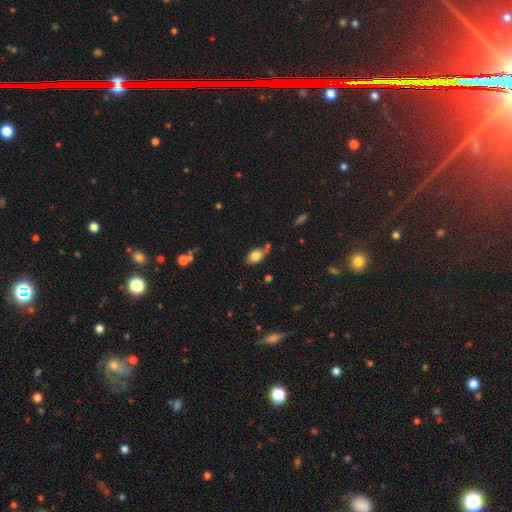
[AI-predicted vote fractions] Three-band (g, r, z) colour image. It shows a smooth galaxy with no disk features (79%) that is in between round and cigar-shaped (86%). Merging: none (56%).